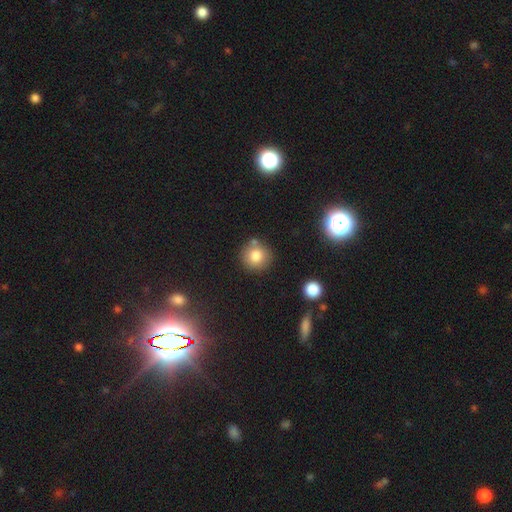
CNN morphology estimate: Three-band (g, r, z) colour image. It shows a smooth galaxy with no disk features (79%) that is round (92%). Merging: none (77%).